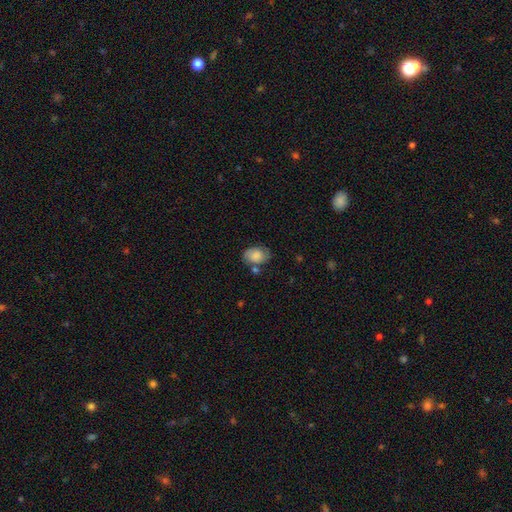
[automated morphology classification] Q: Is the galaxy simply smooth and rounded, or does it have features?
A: smooth — 75%.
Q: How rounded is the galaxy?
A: in between — 75%.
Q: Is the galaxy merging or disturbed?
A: none — 59%.